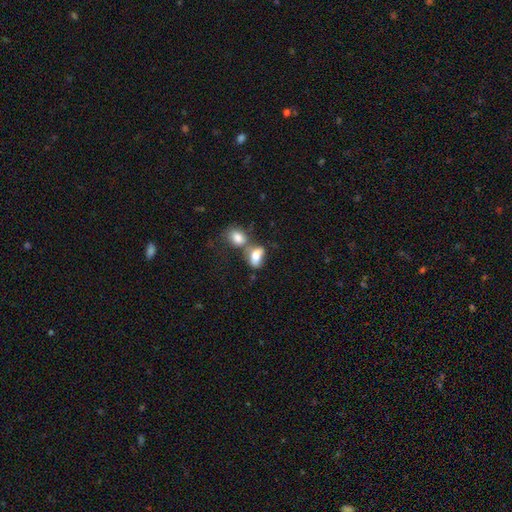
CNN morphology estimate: smooth_or_featured: smooth (p=0.77) [alt: featured or disk p=0.14]
how_rounded: in between (p=0.87) [alt: round p=0.09]
merging: merger (p=0.55) [alt: none p=0.26]